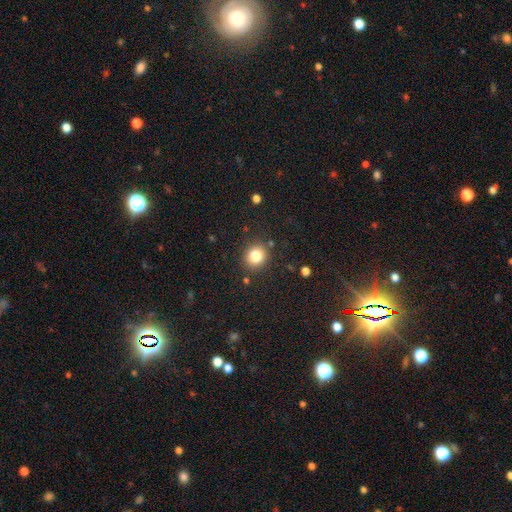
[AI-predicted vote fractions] A smooth galaxy with no disk features (82%) that is round (79%). Merging: none (86%).